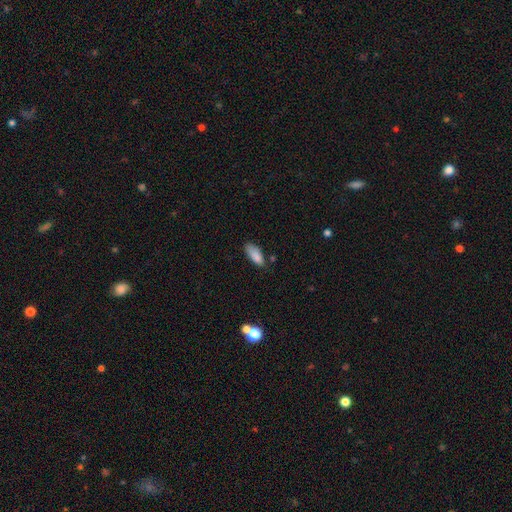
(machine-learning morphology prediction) This is clearly a smooth galaxy (86%). How rounded: likely in between (78%). Merging: likely none (67%).